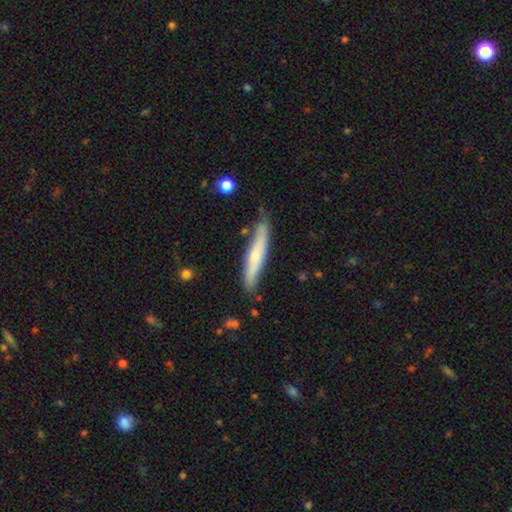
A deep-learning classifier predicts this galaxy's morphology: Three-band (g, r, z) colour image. It shows a smooth galaxy with no disk features (53%) that is cigar-shaped (91%). Merging: none (78%).